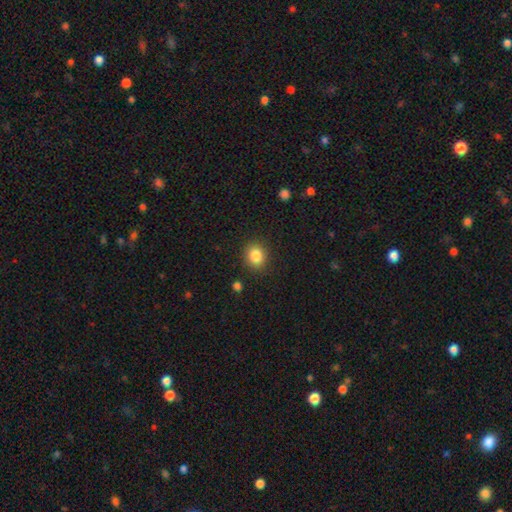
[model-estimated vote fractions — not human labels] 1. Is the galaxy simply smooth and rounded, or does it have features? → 85% smooth, 10% star or artifact, 5% featured or disk.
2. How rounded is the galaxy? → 61% round, 38% in between, 1% cigar-shaped.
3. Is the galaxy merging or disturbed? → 87% none, 8% minor disturbance, 3% major disturbance, 2% merger.